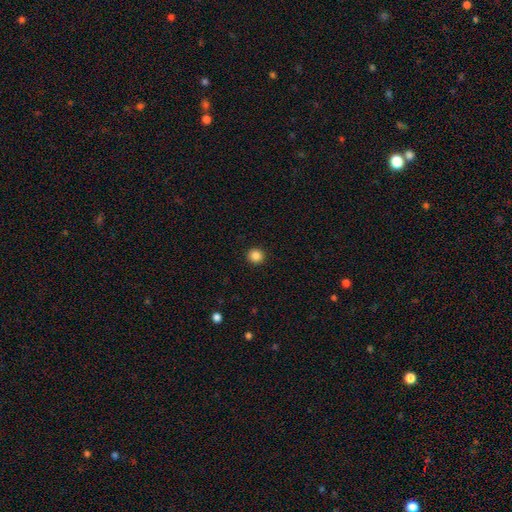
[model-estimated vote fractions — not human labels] smooth-or-featured: smooth: 86% | star or artifact: 10% | featured or disk: 3%
  how-rounded: round: 94% | in between: 5% | cigar-shaped: 1%
  merging: none: 93% | minor disturbance: 4% | major disturbance: 2% | merger: 1%